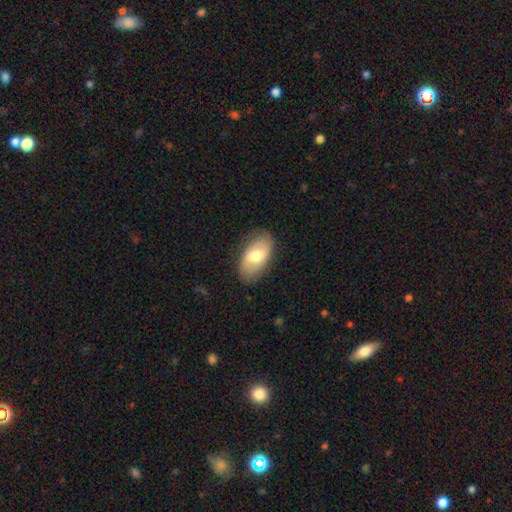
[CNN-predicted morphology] A smooth galaxy with no disk features (59%) that is in between round and cigar-shaped (94%). Merging: none (80%).